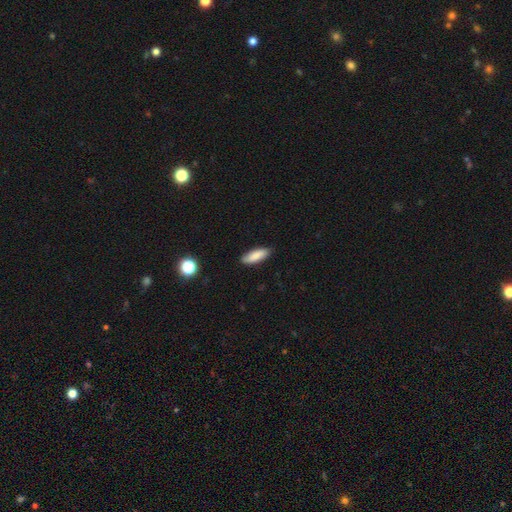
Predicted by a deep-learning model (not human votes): Smooth or featured?
  - smooth: 82% *
  - featured or disk: 11%
  - star or artifact: 7%
How rounded?
  - in between: 65% *
  - cigar-shaped: 33%
  - round: 2%
Merging?
  - none: 85% *
  - minor disturbance: 12%
  - major disturbance: 2%
  - merger: 1%